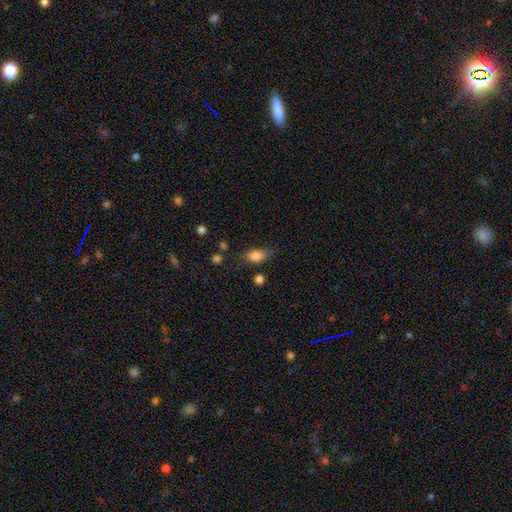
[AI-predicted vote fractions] This appears to be a smooth galaxy with no disk features (81%) that is in between round and cigar-shaped (82%). Merging: none (66%).